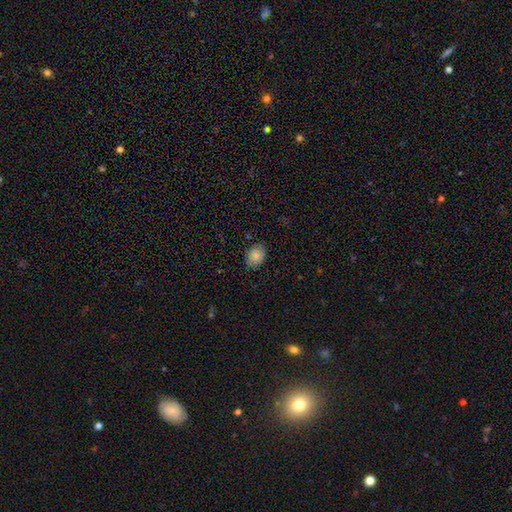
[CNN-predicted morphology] smooth-or-featured: smooth: 85% | star or artifact: 8% | featured or disk: 6%
  how-rounded: in between: 52% | round: 47% | cigar-shaped: 1%
  merging: none: 83% | minor disturbance: 13% | major disturbance: 3% | merger: 1%